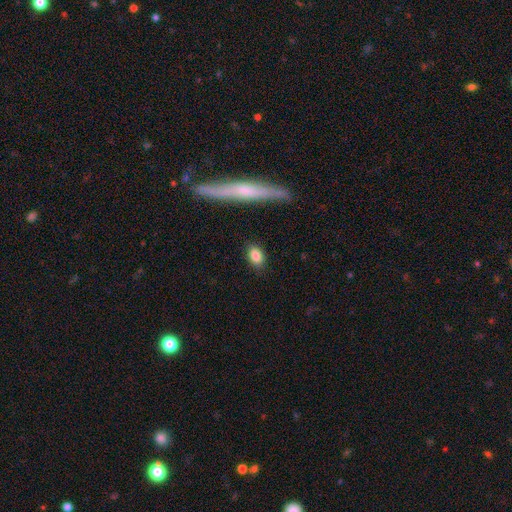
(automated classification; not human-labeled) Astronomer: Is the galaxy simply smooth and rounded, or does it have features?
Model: smooth — 84%.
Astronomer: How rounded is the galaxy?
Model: in between — 81%.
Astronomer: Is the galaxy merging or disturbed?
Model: none — 86%.